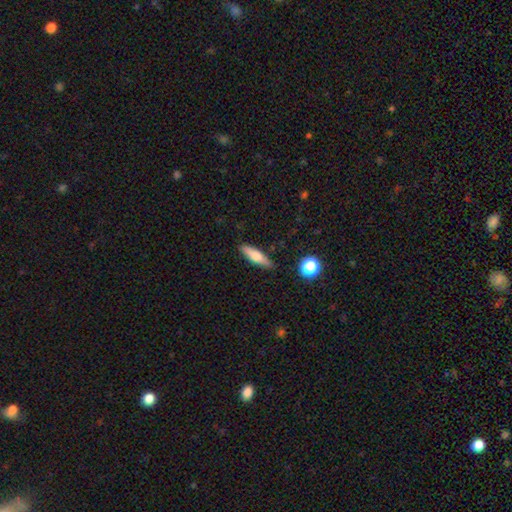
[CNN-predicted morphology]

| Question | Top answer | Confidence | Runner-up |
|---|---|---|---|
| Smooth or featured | smooth | 62% | featured or disk (31%) |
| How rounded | cigar-shaped | 64% | in between (33%) |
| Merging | none | 86% | minor disturbance (10%) |